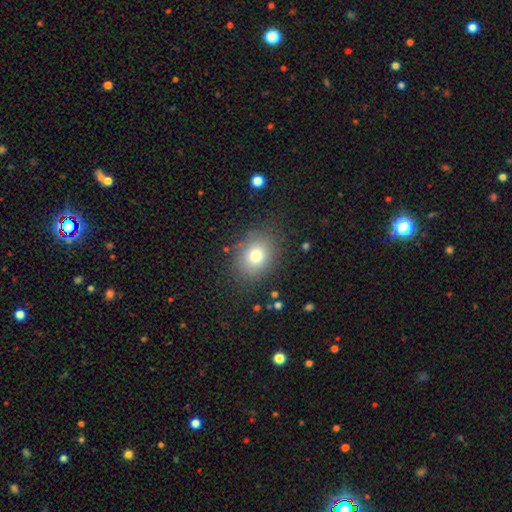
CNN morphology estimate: smooth-or-featured: smooth: 76% | star or artifact: 13% | featured or disk: 11%
  how-rounded: round: 50% | in between: 49% | cigar-shaped: 1%
  merging: none: 82% | minor disturbance: 11% | major disturbance: 5% | merger: 2%